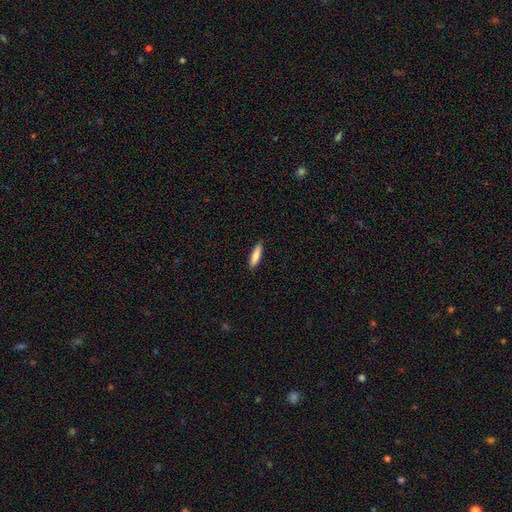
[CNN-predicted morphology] type=smooth (84%); roundness=cigar-shaped (67%); merging=none (87%).